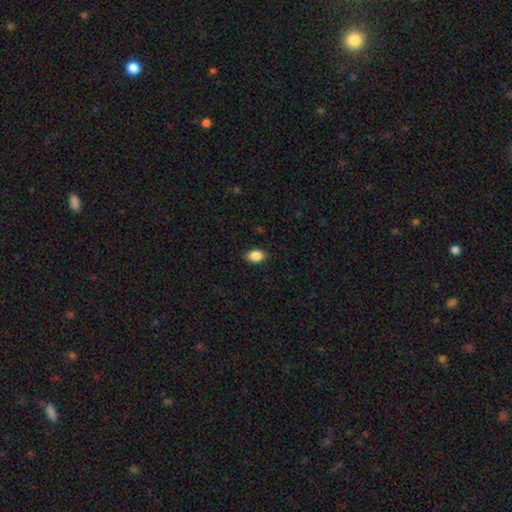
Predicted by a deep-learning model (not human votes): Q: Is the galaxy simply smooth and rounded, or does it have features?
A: smooth — 88%.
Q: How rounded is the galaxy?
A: in between — 85%.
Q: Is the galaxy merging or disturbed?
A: none — 86%.